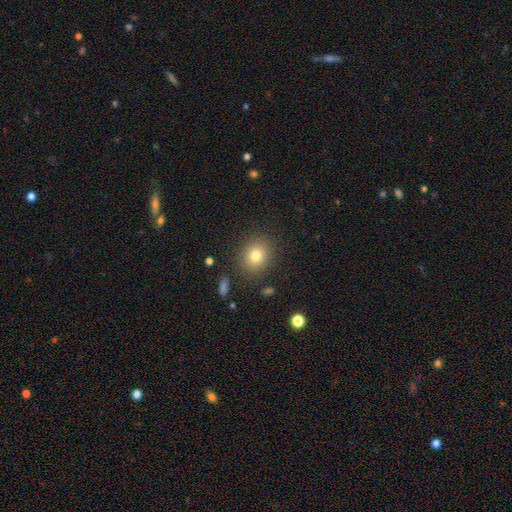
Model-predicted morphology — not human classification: This is likely a smooth galaxy (78%). How rounded: likely round (72%). Merging: clearly none (86%).